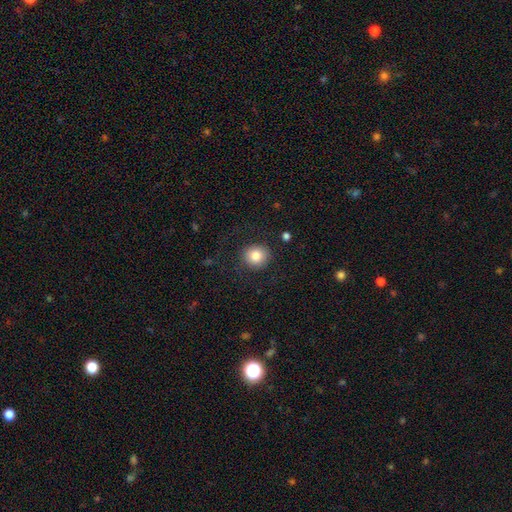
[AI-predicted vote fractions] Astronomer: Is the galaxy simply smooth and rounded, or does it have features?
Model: smooth — 83%.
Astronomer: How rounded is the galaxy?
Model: round — 88%.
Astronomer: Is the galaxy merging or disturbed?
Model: none — 86%.